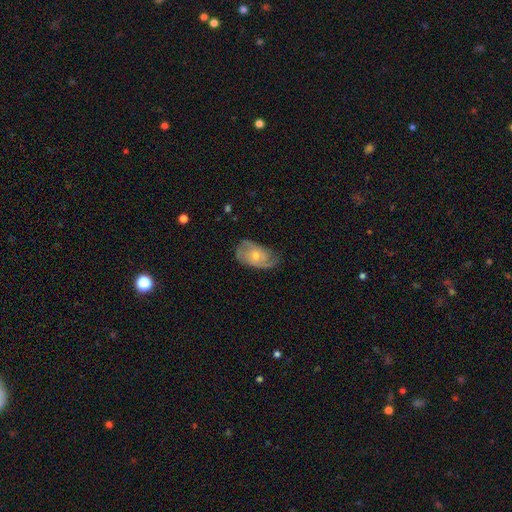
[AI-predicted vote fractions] A featured or disk galaxy (72%) with no bar (76%), 2 (51%) tight (46%) spiral arms (89%) and a moderate central bulge (48%, tied with small). Merging: none (66%).